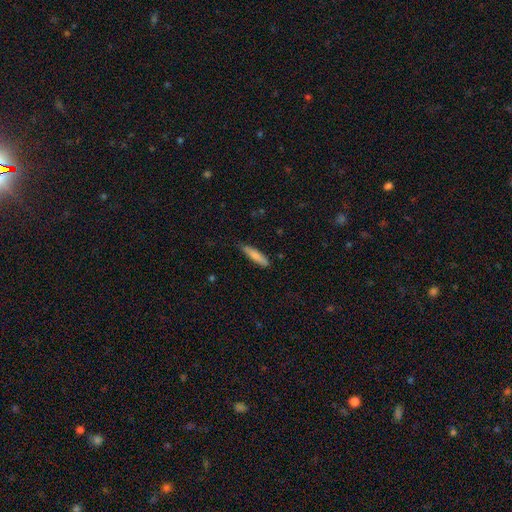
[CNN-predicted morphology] Smooth or featured: smooth — 77% (featured or disk — 17%)
How rounded: cigar-shaped — 79% (in between — 19%)
Merging: none — 79% (minor disturbance — 17%)